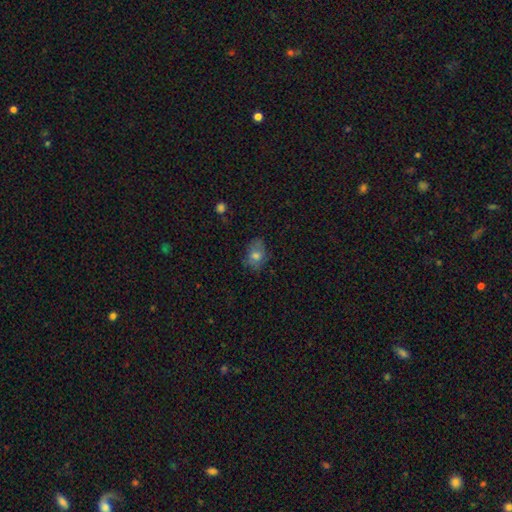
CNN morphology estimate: smooth-or-featured: smooth: 67% | featured or disk: 21% | star or artifact: 12%
  how-rounded: in between: 60% | round: 39% | cigar-shaped: 1%
  merging: none: 67% | minor disturbance: 23% | major disturbance: 8% | merger: 2%